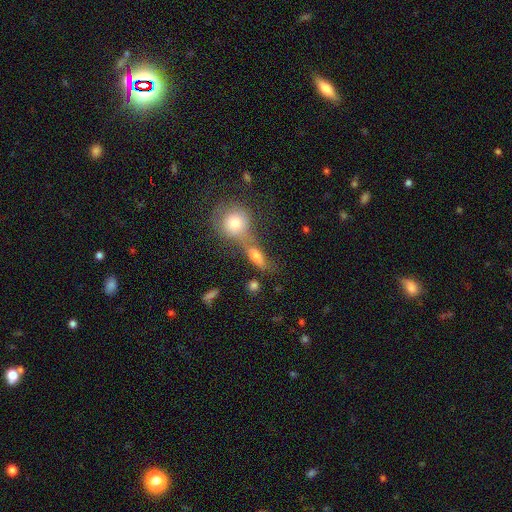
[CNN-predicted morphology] The model was most divided on "merging": merger: 48%, none: 34%, minor disturbance: 11%, major disturbance: 7%. More confident: smooth or featured — smooth (70%); how rounded — in between (58%).